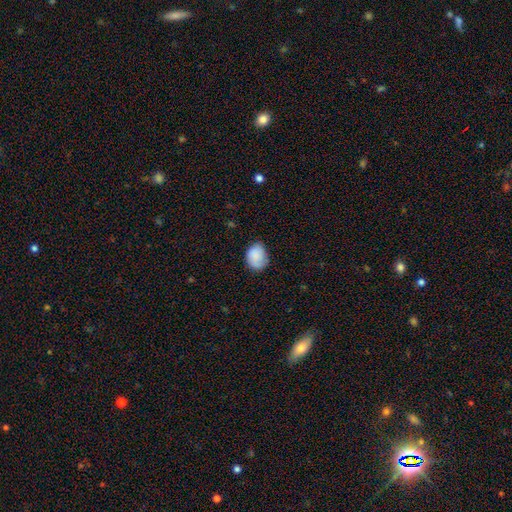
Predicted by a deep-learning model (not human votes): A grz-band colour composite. It shows a smooth galaxy with no disk features (81%) that is in between round and cigar-shaped (60%). Merging: none (65%).